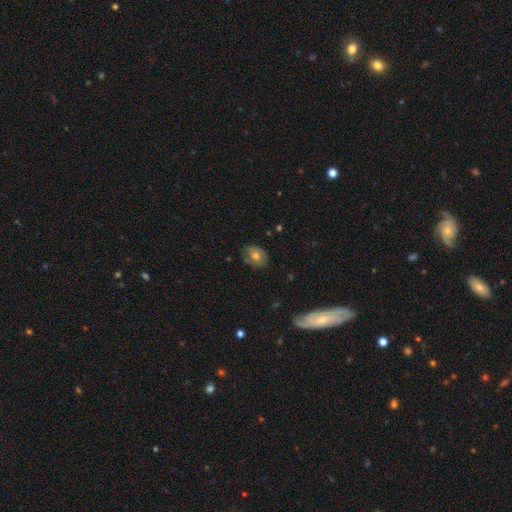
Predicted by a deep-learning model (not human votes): Smooth or featured? Predicted: smooth (p=0.61). How rounded? Predicted: in between (p=0.60). Merging? Predicted: none (p=0.75).